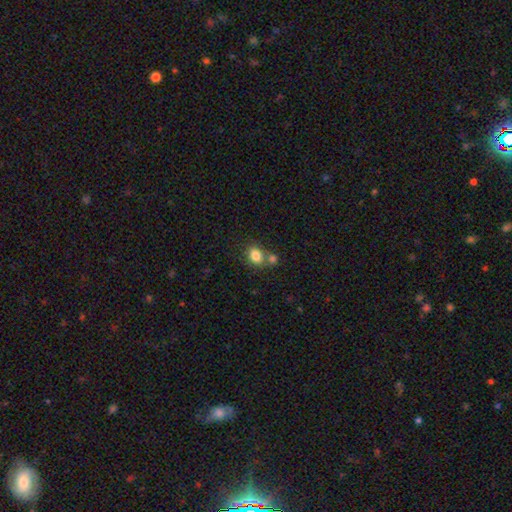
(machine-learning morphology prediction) The model was most divided on "how rounded": in between: 58%, round: 41%, cigar-shaped: 1%. More confident: smooth or featured — smooth (82%); merging — none (52%).